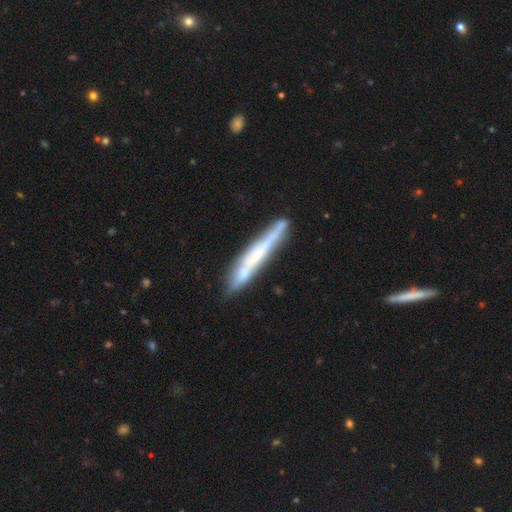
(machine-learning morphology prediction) Smooth or featured?
  - featured or disk: 61% *
  - smooth: 33%
  - star or artifact: 6%
Edge-on disk?
  - yes: 85% *
  - no: 15%
Edge-on bulge?
  - none: 58% *
  - rounded: 32%
  - boxy: 10%
Merging?
  - none: 75% *
  - minor disturbance: 17%
  - merger: 4%
  - major disturbance: 3%